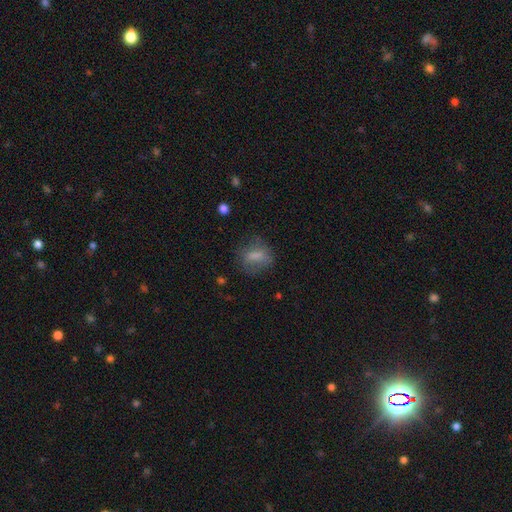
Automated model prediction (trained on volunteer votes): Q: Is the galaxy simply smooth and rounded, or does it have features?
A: smooth — 70%.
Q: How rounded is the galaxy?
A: in between — 57%.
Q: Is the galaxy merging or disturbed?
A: none — 62%.